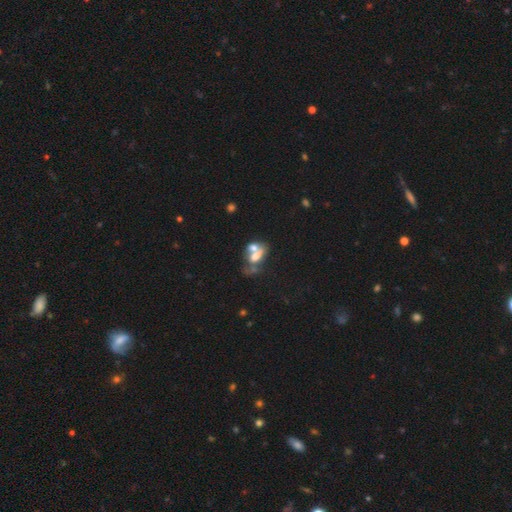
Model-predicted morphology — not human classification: smooth_or_featured: smooth (p=0.50) [alt: featured or disk p=0.38]
merging: merger (p=0.61) [alt: none p=0.19]